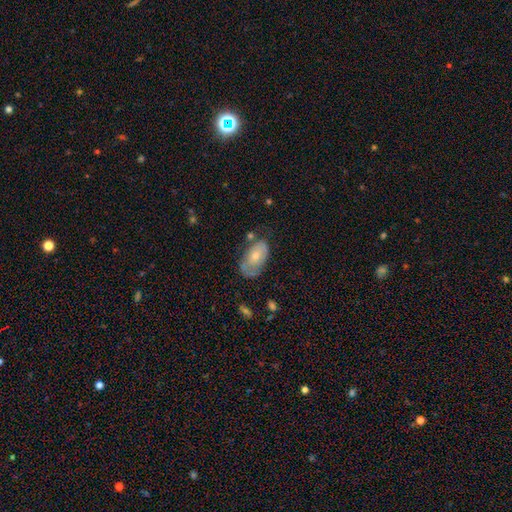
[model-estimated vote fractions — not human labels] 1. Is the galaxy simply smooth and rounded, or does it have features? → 55% smooth, 38% featured or disk, 7% star or artifact.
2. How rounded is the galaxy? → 92% in between, 6% round, 2% cigar-shaped.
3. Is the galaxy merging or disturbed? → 46% none, 32% minor disturbance, 17% major disturbance, 5% merger.